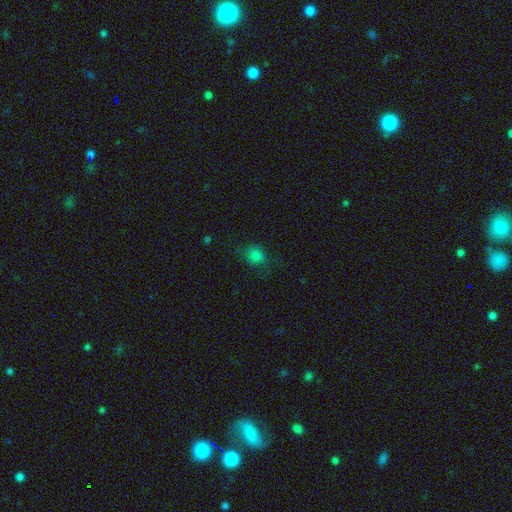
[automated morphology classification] smooth-or-featured: smooth: 81% | star or artifact: 14% | featured or disk: 5%
  how-rounded: round: 70% | in between: 29% | cigar-shaped: 1%
  merging: none: 74% | minor disturbance: 19% | major disturbance: 6% | merger: 1%